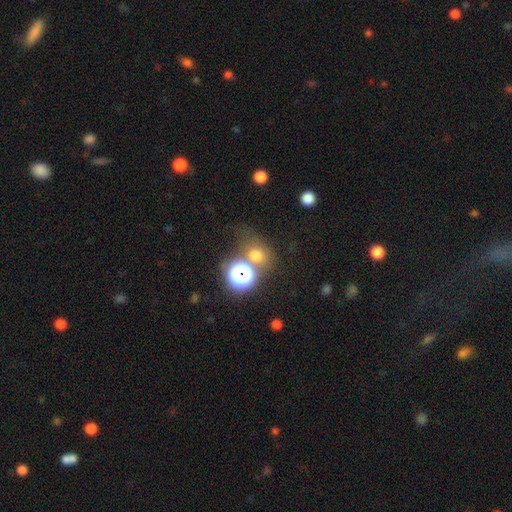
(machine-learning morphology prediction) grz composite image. It shows a smooth galaxy with no disk features (66%) that is round (72%). Merging: none (59%).